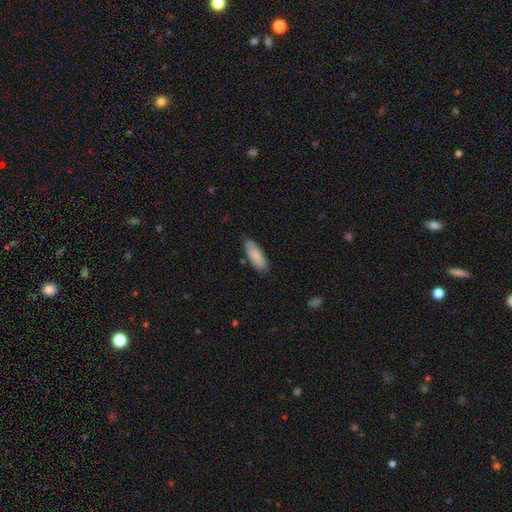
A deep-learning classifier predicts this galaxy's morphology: Smooth or featured? Predicted: smooth (p=0.86). How rounded? Predicted: in between (p=0.73). Merging? Predicted: none (p=0.80).